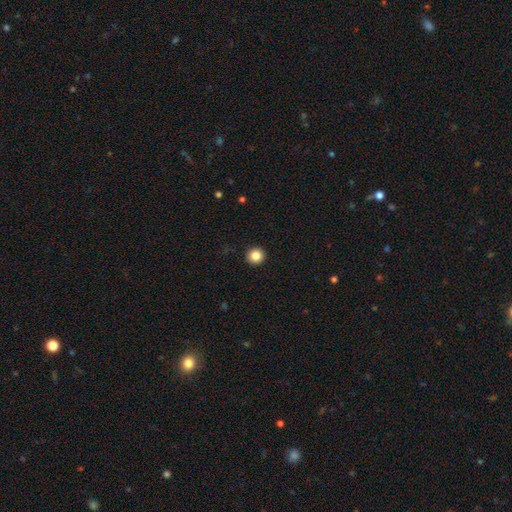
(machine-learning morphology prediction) This is clearly a smooth galaxy (85%). How rounded: clearly round (93%). Merging: clearly none (93%).